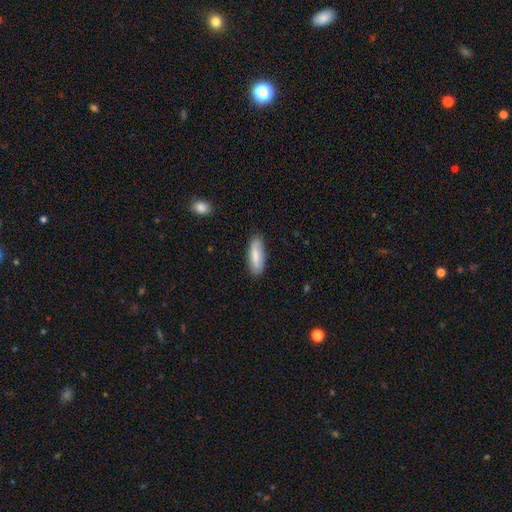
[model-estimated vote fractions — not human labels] Overall: smooth (79%). How rounded: in between (63%; cigar-shaped 36%). Merging: none (83%).